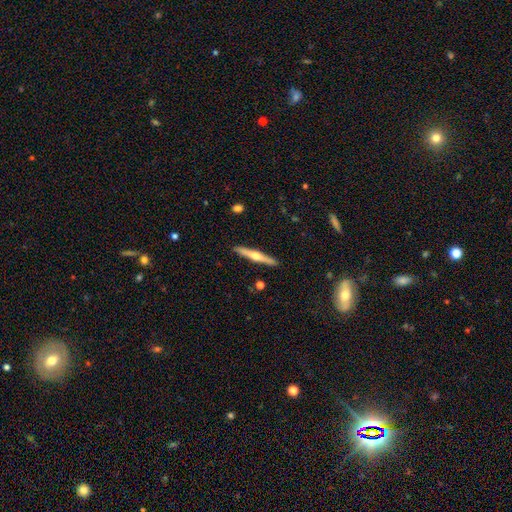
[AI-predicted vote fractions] Overall: featured or disk (64%; smooth 31%). Edge-on disk: yes (97%). Edge-on bulge: rounded (91%). Merging: none (91%).